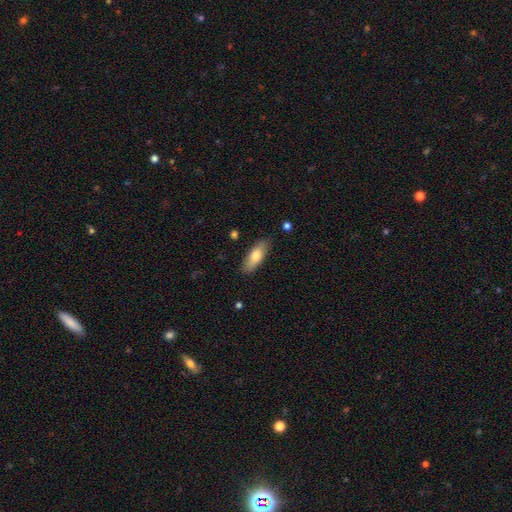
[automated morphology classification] Smooth or featured?
  - smooth: 73% *
  - featured or disk: 22%
  - star or artifact: 6%
How rounded?
  - in between: 66% *
  - cigar-shaped: 32%
  - round: 2%
Merging?
  - none: 86% *
  - minor disturbance: 10%
  - major disturbance: 2%
  - merger: 1%